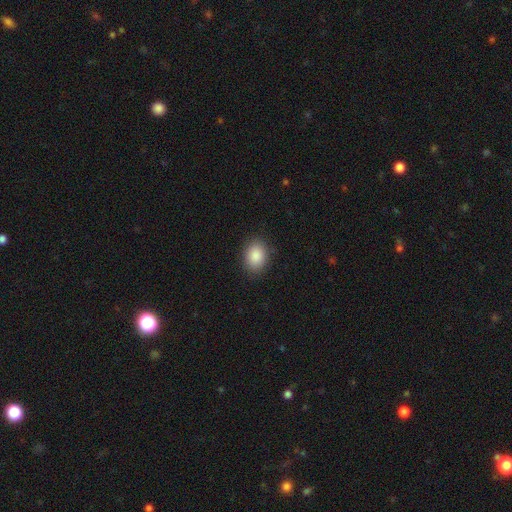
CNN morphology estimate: smooth 88%, star or artifact 8%, featured or disk 4%. Down the decision tree: how rounded — in between (68%); merging — none (87%).